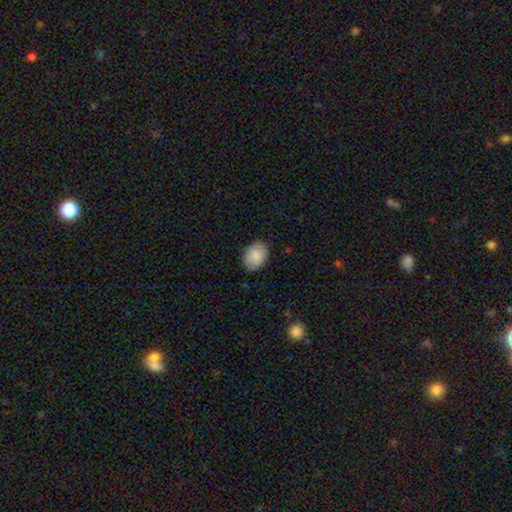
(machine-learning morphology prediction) Overall: smooth (87%). How rounded: in between (77%). Merging: none (84%).